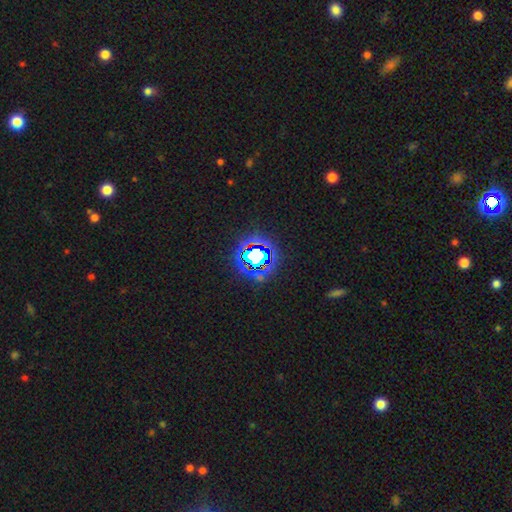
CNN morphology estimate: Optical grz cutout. It shows a star or artifact, not a galaxy (70%).